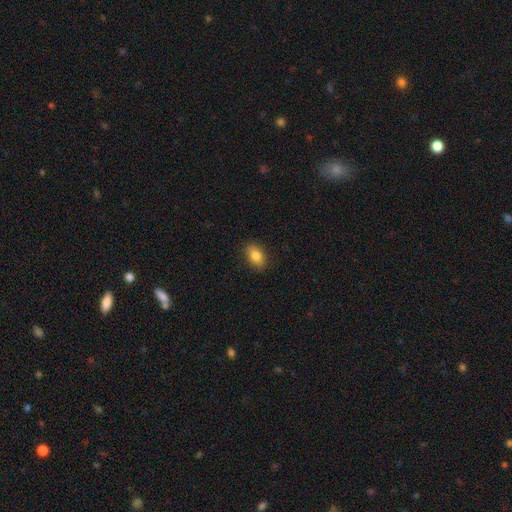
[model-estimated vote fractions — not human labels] The model was most divided on "smooth or featured": smooth: 83%, featured or disk: 9%, star or artifact: 8%. More confident: merging — none (87%); how rounded — in between (86%).